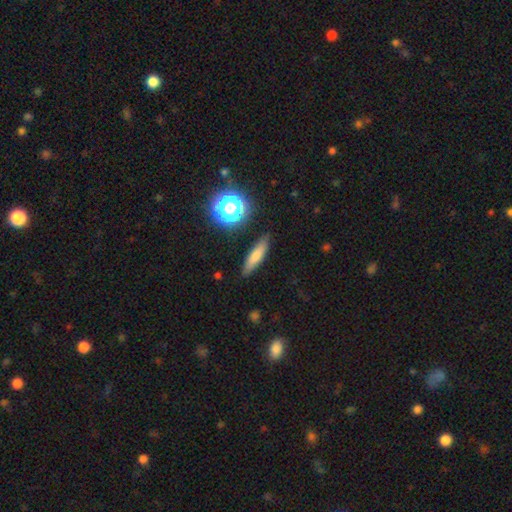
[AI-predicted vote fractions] This appears to be a smooth galaxy with no disk features (70%) that is cigar-shaped (74%). Merging: none (83%).